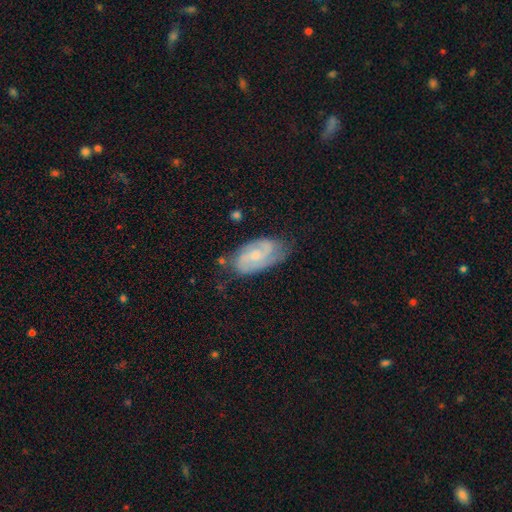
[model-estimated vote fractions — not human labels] smooth_or_featured: featured or disk (p=0.75) [alt: smooth p=0.19]
disk_edge_on: no (p=0.96) [alt: yes p=0.04]
bar: no (p=0.50) [alt: weak p=0.43]
has_spiral_arms: yes (p=0.94) [alt: no p=0.06]
spiral_winding: medium (p=0.47) [alt: tight p=0.39]
spiral_arm_count: 2 (p=0.73) [alt: can't tell p=0.14]
bulge_size: small (p=0.53) [alt: moderate p=0.34]
merging: none (p=0.65) [alt: minor disturbance p=0.25]